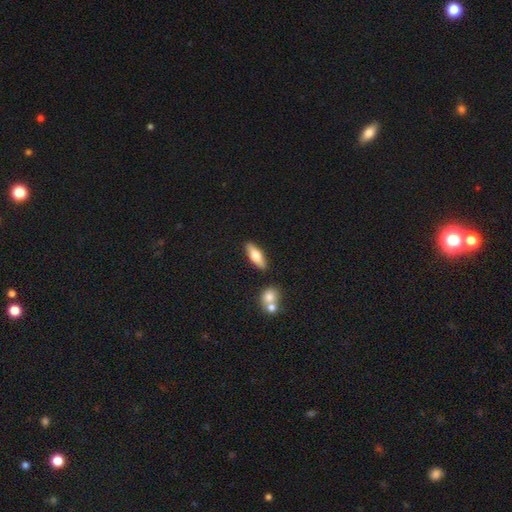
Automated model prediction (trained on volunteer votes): smooth_or_featured: smooth (p=0.62) [alt: featured or disk p=0.32]
how_rounded: in between (p=0.53) [alt: cigar-shaped p=0.45]
merging: none (p=0.86) [alt: minor disturbance p=0.08]